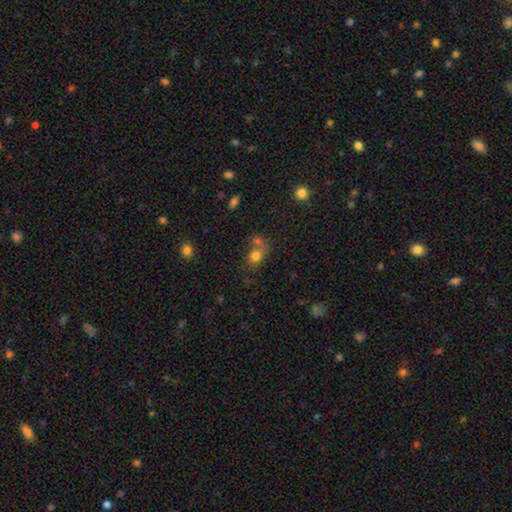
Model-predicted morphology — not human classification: Q: Smooth or featured?
A: smooth (75%); runner-up: star or artifact (13%)
Q: How rounded?
A: round (59%); runner-up: in between (39%)
Q: Merging?
A: merger (43%); runner-up: none (38%)